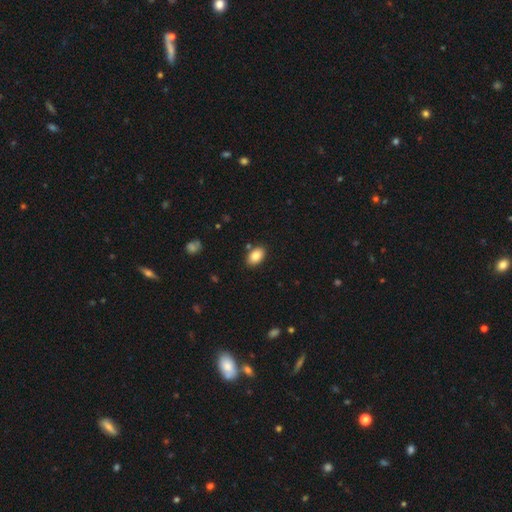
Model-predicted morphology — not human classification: Smooth or featured? Predicted: smooth (p=0.86). How rounded? Predicted: in between (p=0.90). Merging? Predicted: none (p=0.85).